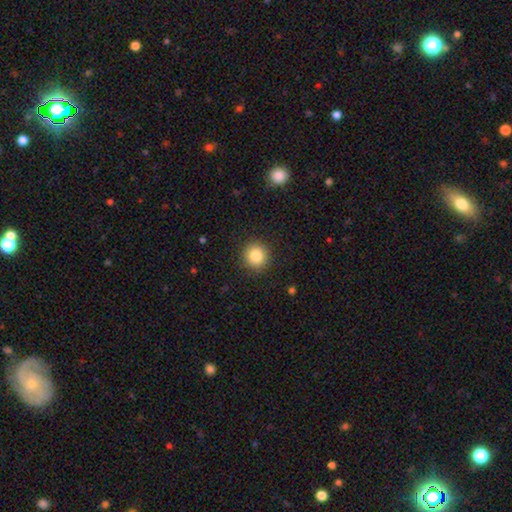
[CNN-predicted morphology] Overall: smooth (84%). How rounded: round (93%). Merging: none (91%).